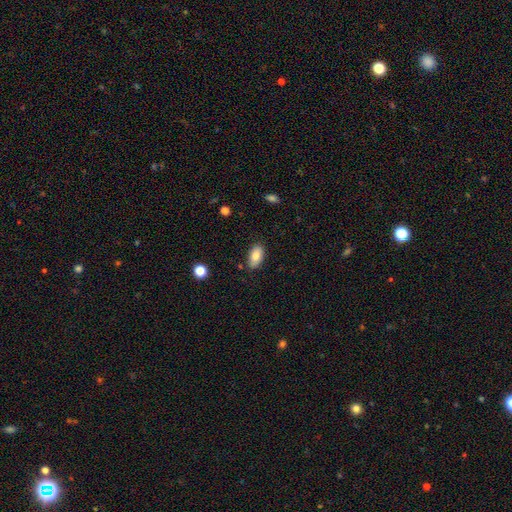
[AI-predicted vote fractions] A smooth galaxy with no disk features (83%) that is in between round and cigar-shaped (93%).

Vote fractions:
- Smooth or featured? smooth: 83% / featured or disk: 10% / star or artifact: 7%
- How rounded? in between: 93% / round: 4% / cigar-shaped: 3%
- Merging? none: 83% / minor disturbance: 12% / major disturbance: 2% / merger: 2%